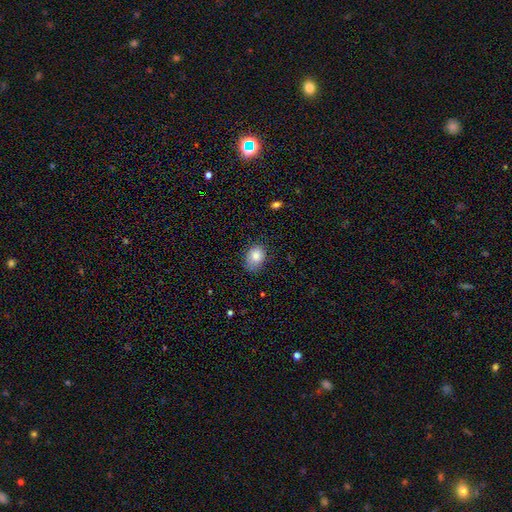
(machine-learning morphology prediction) A smooth galaxy with no disk features (83%) that is in between round and cigar-shaped (66%). Merging: none (71%).